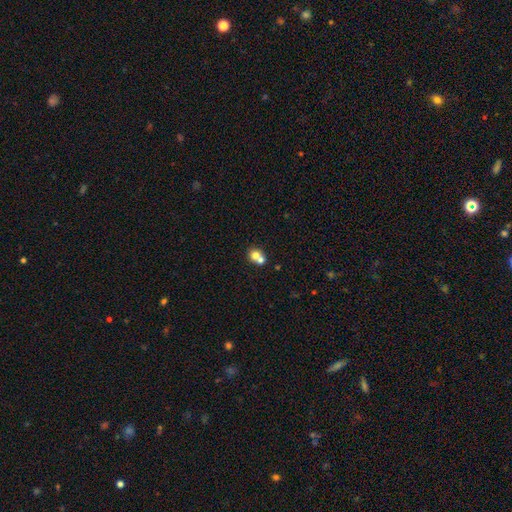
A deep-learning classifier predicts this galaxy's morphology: smooth_or_featured: smooth (p=0.72) [alt: featured or disk p=0.17]
how_rounded: round (p=0.73) [alt: in between p=0.27]
merging: merger (p=0.58) [alt: none p=0.34]